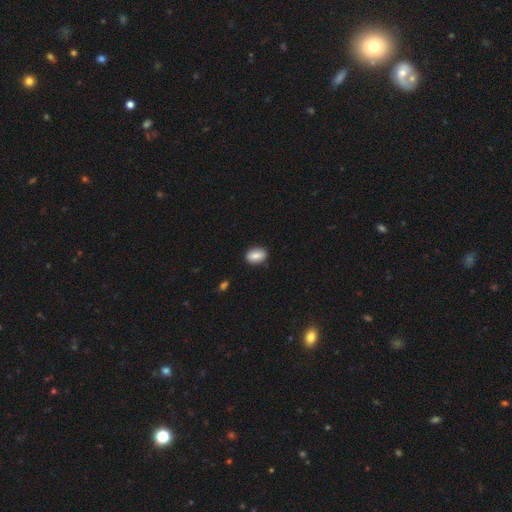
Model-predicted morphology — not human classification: Smooth or featured?
  - smooth: 82% *
  - featured or disk: 10%
  - star or artifact: 7%
How rounded?
  - in between: 83% *
  - round: 15%
  - cigar-shaped: 2%
Merging?
  - none: 87% *
  - minor disturbance: 10%
  - major disturbance: 2%
  - merger: 1%